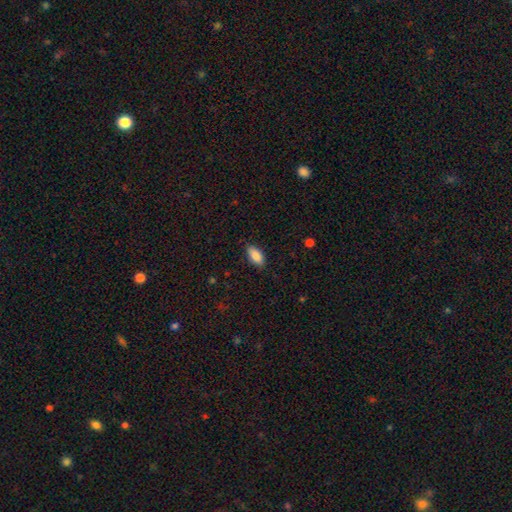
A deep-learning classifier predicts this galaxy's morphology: smooth 86%, featured or disk 7%, star or artifact 7%. Down the decision tree: how rounded — in between (90%); merging — none (87%).